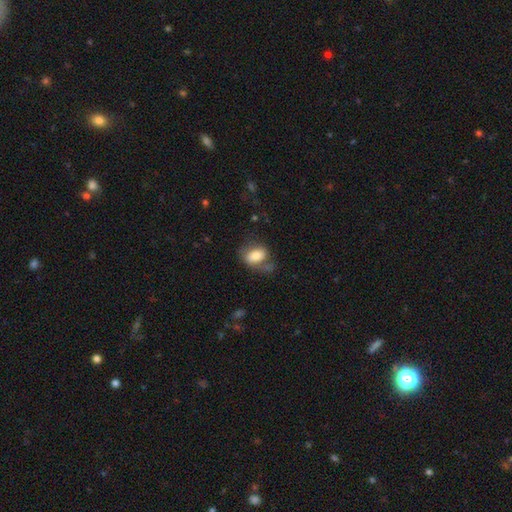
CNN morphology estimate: Q: Smooth or featured?
A: smooth (72%); runner-up: featured or disk (20%)
Q: How rounded?
A: in between (82%); runner-up: round (17%)
Q: Merging?
A: none (46%); runner-up: minor disturbance (25%)